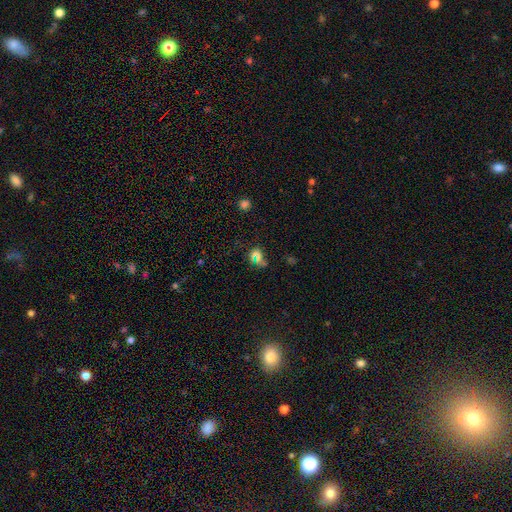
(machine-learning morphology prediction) This appears to be a star or artifact, not a galaxy (51%).